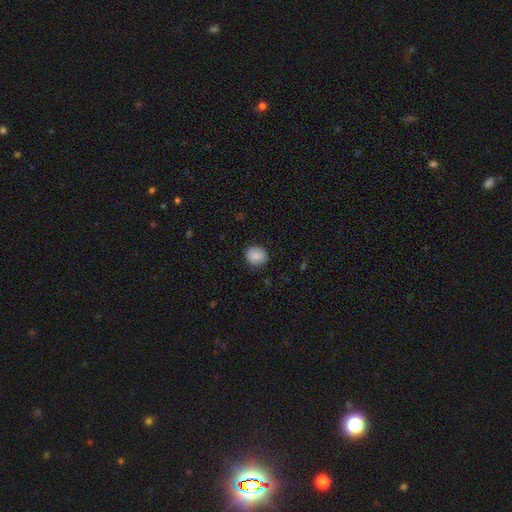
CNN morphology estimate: A smooth galaxy with no disk features (79%) that is round (80%). Merging: none (84%).